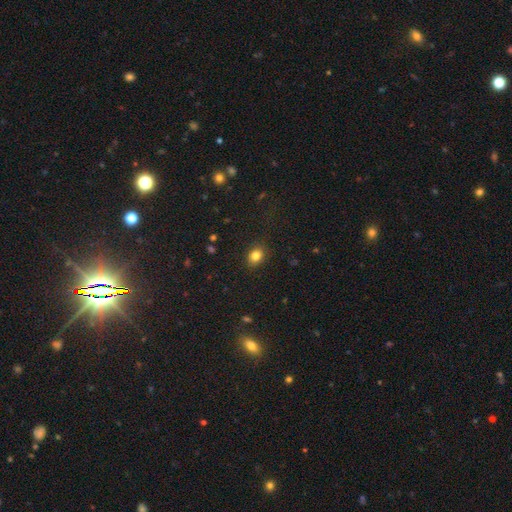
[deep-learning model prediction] Smooth or featured: smooth — 83% (star or artifact — 11%)
How rounded: in between — 53% (round — 46%)
Merging: none — 87% (minor disturbance — 9%)